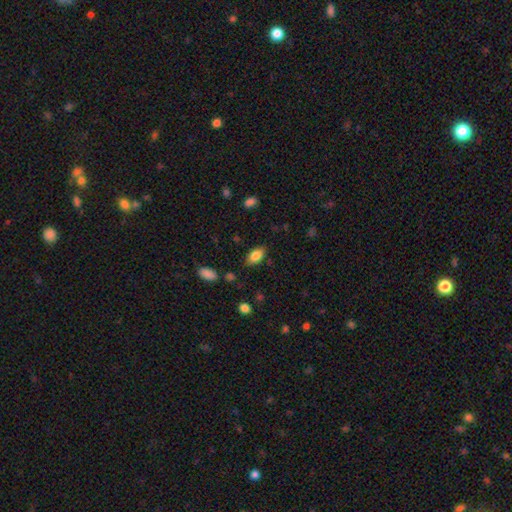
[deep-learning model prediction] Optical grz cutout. It shows a smooth galaxy with no disk features (82%) that is in between round and cigar-shaped (91%). Merging: none (82%).